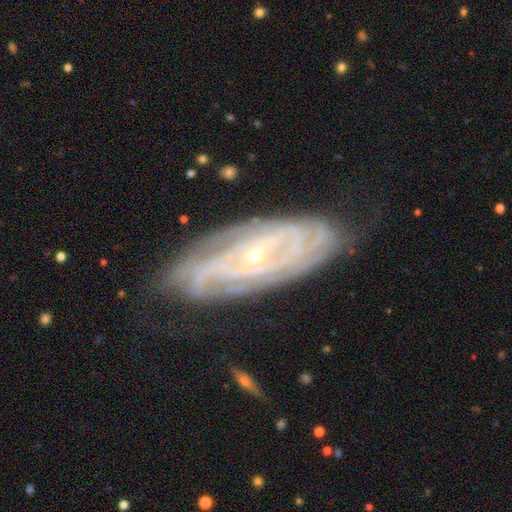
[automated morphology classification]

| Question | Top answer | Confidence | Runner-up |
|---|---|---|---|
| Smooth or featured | featured or disk | 87% | smooth (7%) |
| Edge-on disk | no | 90% | yes (10%) |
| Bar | no | 49% | weak (32%) |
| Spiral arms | yes | 96% | no (4%) |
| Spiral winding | tight | 74% | medium (21%) |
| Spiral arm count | can't tell | 31% | 2 (20%) |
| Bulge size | small | 83% | moderate (14%) |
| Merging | none | 77% | minor disturbance (17%) |